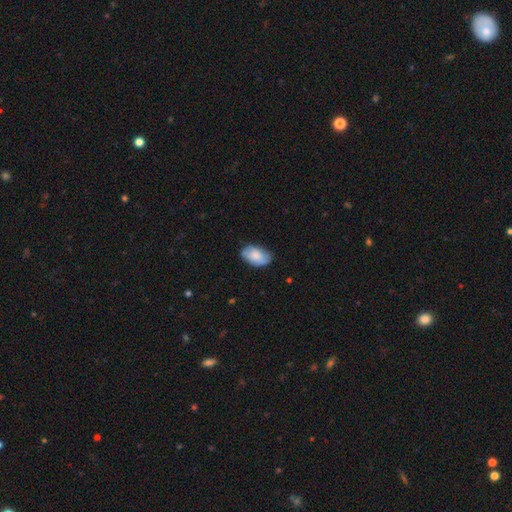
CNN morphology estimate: Smooth or featured? Predicted: smooth (p=0.73). How rounded? Predicted: in between (p=0.93). Merging? Predicted: none (p=0.74).